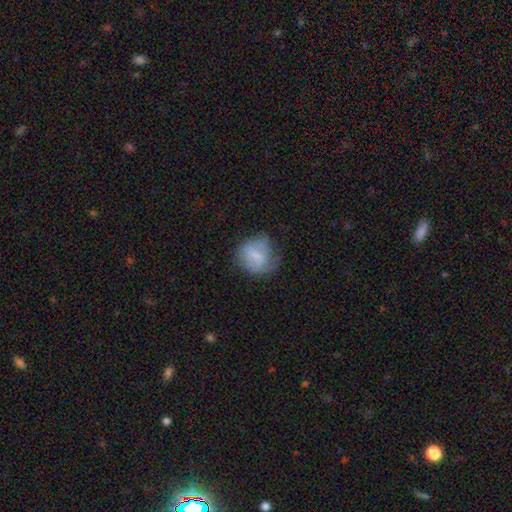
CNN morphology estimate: A smooth galaxy with no disk features (68%) that is round (73%).

Vote fractions:
- Smooth or featured? smooth: 68% / featured or disk: 24% / star or artifact: 8%
- How rounded? round: 73% / in between: 26% / cigar-shaped: 1%
- Merging? none: 48% / minor disturbance: 33% / major disturbance: 17% / merger: 3%